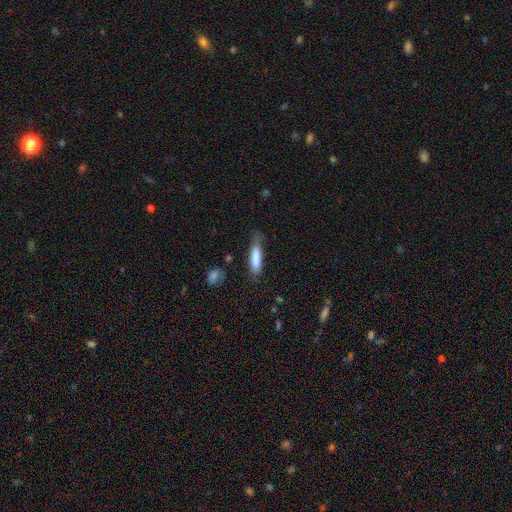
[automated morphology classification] type=smooth (80%); roundness=cigar-shaped (74%); merging=none (60%).